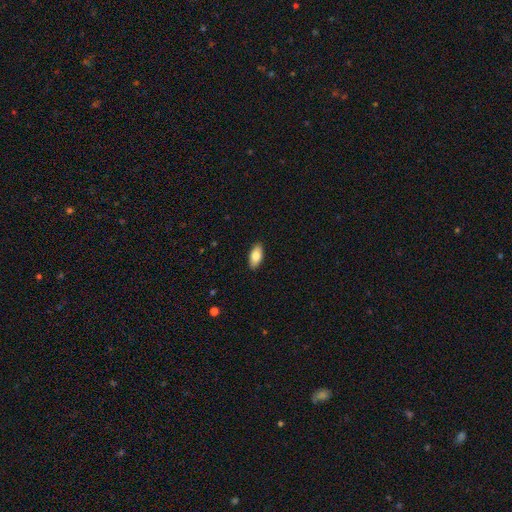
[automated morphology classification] Smooth or featured? smooth (82%)
How rounded? in between (90%)
Merging? none (90%)